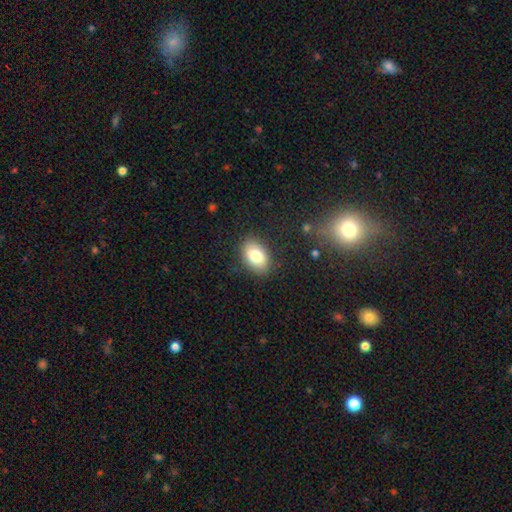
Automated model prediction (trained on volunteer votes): smooth-or-featured: smooth: 80% | featured or disk: 12% | star or artifact: 8%
  how-rounded: in between: 86% | round: 13% | cigar-shaped: 1%
  merging: none: 86% | minor disturbance: 10% | major disturbance: 3% | merger: 1%